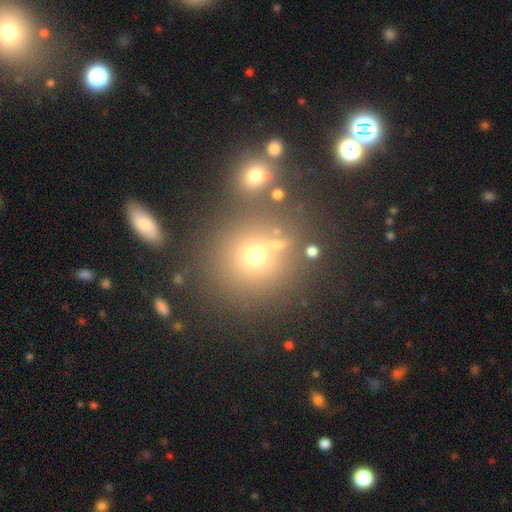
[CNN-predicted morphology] Q: Smooth or featured?
A: smooth (59%); runner-up: star or artifact (27%)
Q: How rounded?
A: round (88%); runner-up: in between (11%)
Q: Merging?
A: none (70%); runner-up: merger (15%)